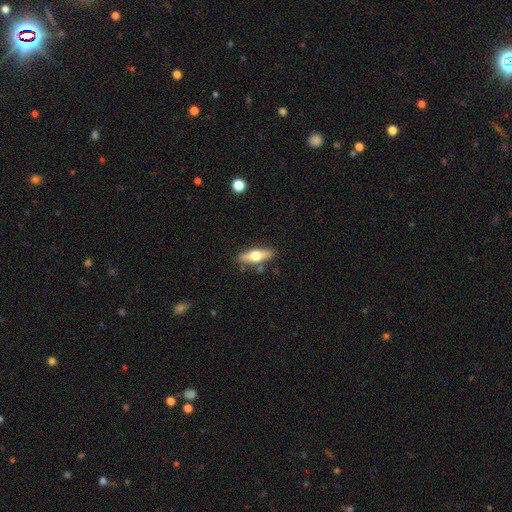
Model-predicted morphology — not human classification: Smooth or featured: smooth — 52% (featured or disk — 42%)
How rounded: in between — 50% (cigar-shaped — 47%)
Merging: none — 83% (minor disturbance — 11%)